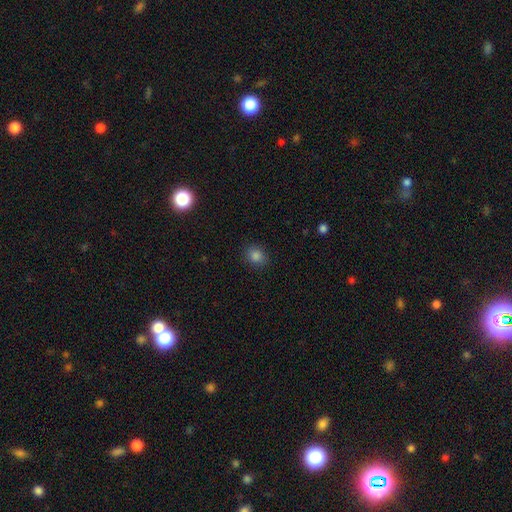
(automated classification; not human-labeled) Morphology: type=smooth (83%); roundness=round (64%); merging=none (89%).